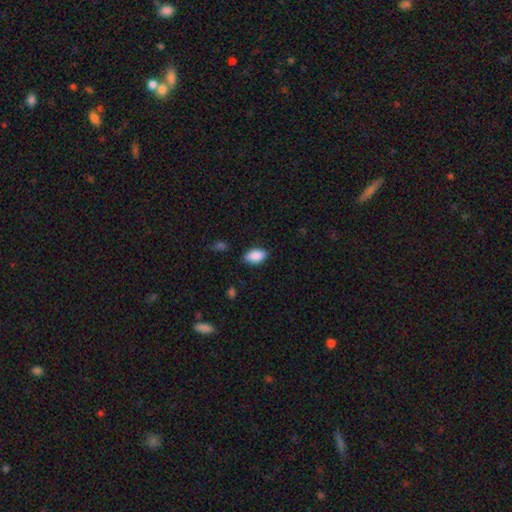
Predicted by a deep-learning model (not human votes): smooth-or-featured: smooth: 89% | star or artifact: 7% | featured or disk: 4%
  how-rounded: in between: 92% | round: 6% | cigar-shaped: 2%
  merging: none: 83% | minor disturbance: 13% | major disturbance: 3% | merger: 1%